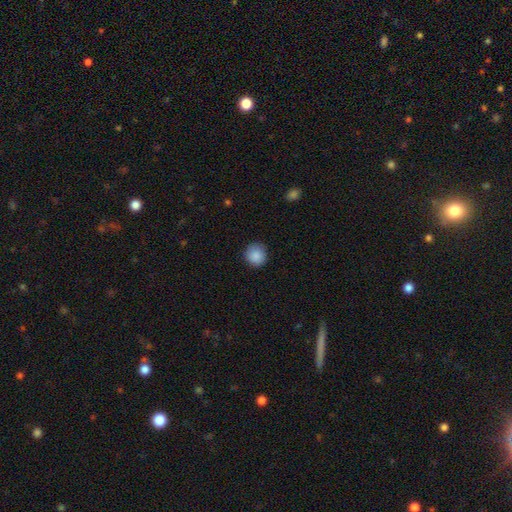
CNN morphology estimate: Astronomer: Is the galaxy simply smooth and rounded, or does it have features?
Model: smooth — 88%.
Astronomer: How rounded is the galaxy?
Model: round — 91%.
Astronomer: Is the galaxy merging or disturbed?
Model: none — 86%.